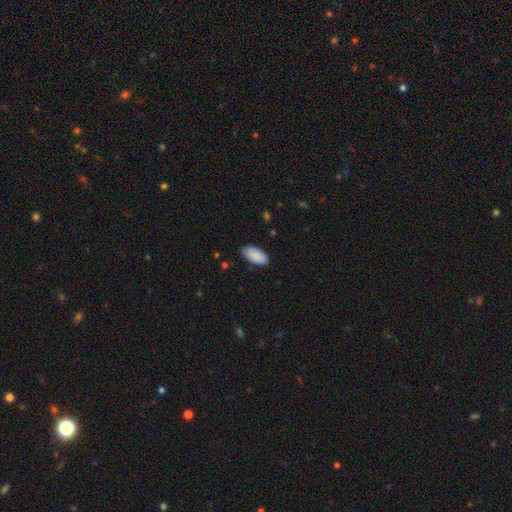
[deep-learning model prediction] The model was most divided on "merging": none: 87%, minor disturbance: 10%, major disturbance: 2%, merger: 1%. More confident: how rounded — in between (94%); smooth or featured — smooth (90%).